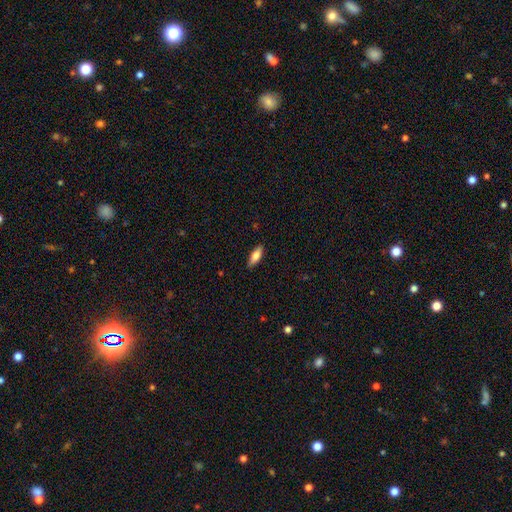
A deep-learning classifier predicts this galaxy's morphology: Smooth or featured? Predicted: smooth (p=0.73). How rounded? Predicted: in between (p=0.66). Merging? Predicted: none (p=0.87).